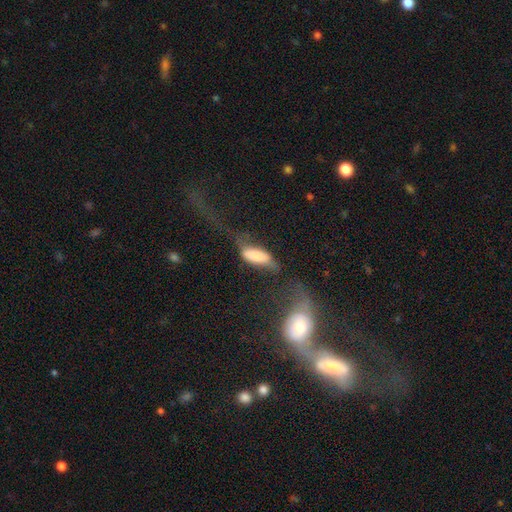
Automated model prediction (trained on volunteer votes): smooth 71%, featured or disk 21%, star or artifact 8%. Down the decision tree: how rounded — in between (75%); merging — major disturbance (42%).